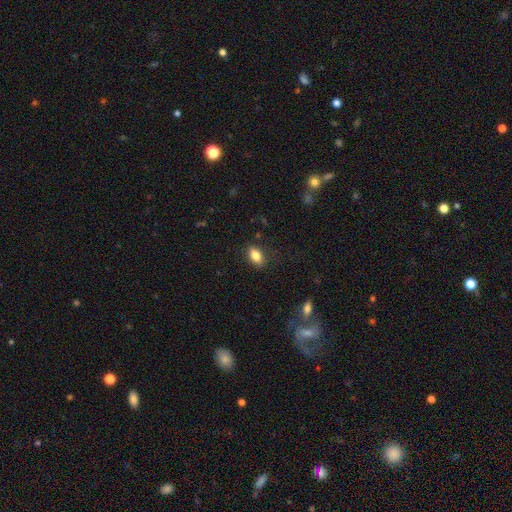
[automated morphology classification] A smooth galaxy with no disk features (82%) that is in between round and cigar-shaped (86%). Merging: none (85%).